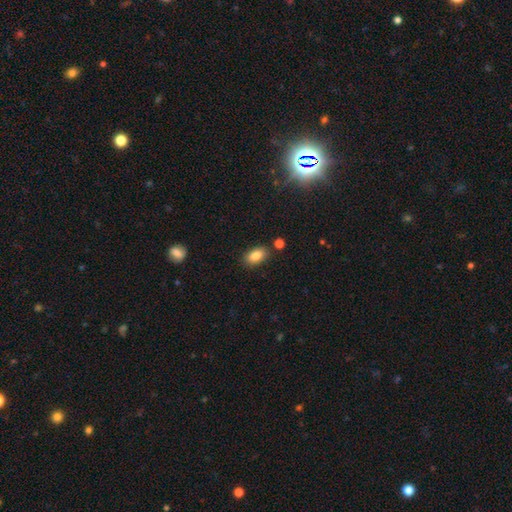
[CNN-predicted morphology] Smooth or featured?
  - smooth: 85% *
  - star or artifact: 9%
  - featured or disk: 6%
How rounded?
  - in between: 90% *
  - round: 7%
  - cigar-shaped: 3%
Merging?
  - none: 83% *
  - minor disturbance: 10%
  - merger: 4%
  - major disturbance: 3%